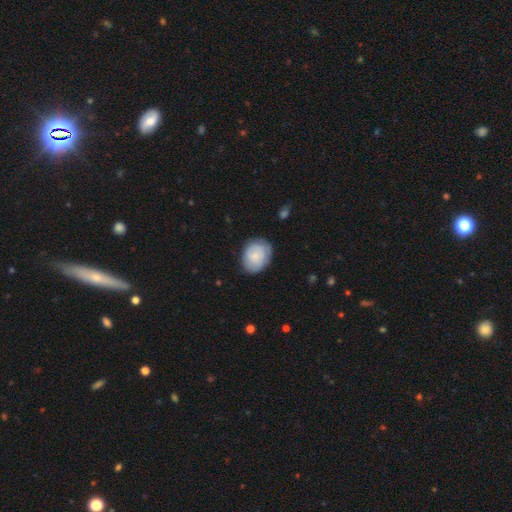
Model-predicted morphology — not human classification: Q: Smooth or featured?
A: smooth (61%); runner-up: featured or disk (32%)
Q: How rounded?
A: in between (53%); runner-up: round (46%)
Q: Merging?
A: none (74%); runner-up: minor disturbance (19%)